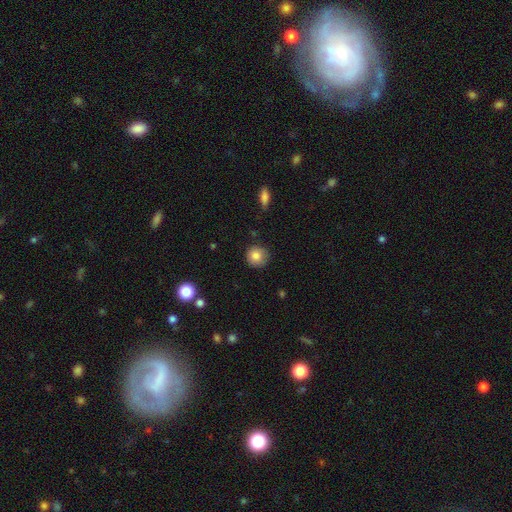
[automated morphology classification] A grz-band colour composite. It shows a smooth galaxy with no disk features (82%) that is round (92%). Merging: none (84%).